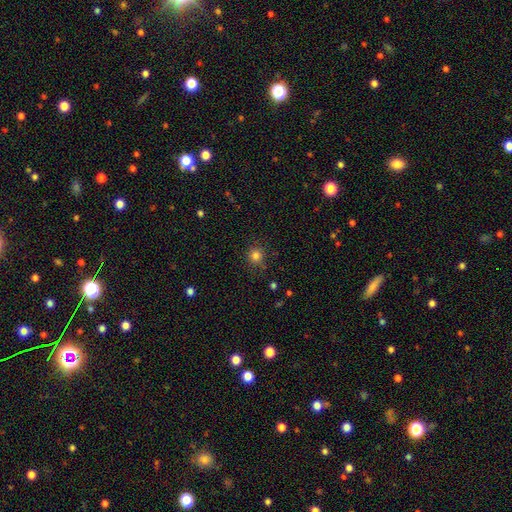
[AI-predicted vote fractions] Q: Smooth or featured?
A: smooth (82%); runner-up: star or artifact (14%)
Q: How rounded?
A: round (92%); runner-up: in between (7%)
Q: Merging?
A: none (84%); runner-up: minor disturbance (11%)